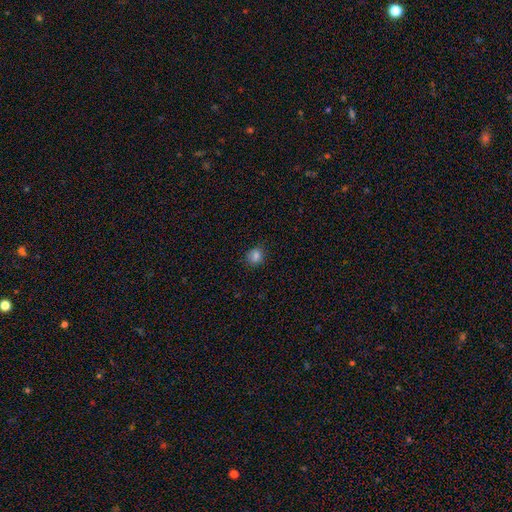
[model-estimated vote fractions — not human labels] The model was most divided on "how rounded": round: 73%, in between: 26%, cigar-shaped: 1%. More confident: smooth or featured — smooth (82%); merging — none (81%).